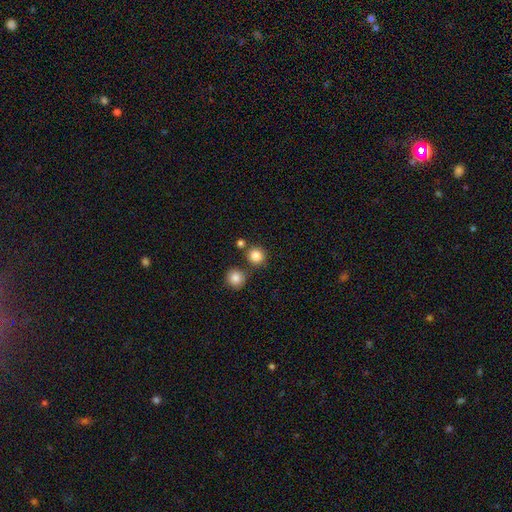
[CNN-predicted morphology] Q: Smooth or featured?
A: smooth (84%); runner-up: star or artifact (11%)
Q: How rounded?
A: round (91%); runner-up: in between (8%)
Q: Merging?
A: none (75%); runner-up: merger (13%)